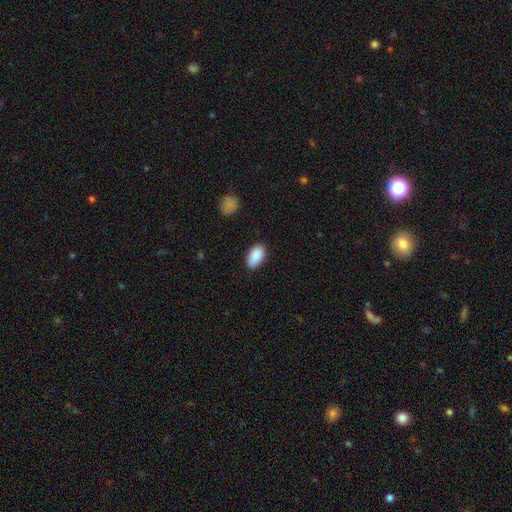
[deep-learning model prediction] Q: Smooth or featured?
A: smooth (90%); runner-up: star or artifact (6%)
Q: How rounded?
A: in between (94%); runner-up: round (4%)
Q: Merging?
A: none (84%); runner-up: minor disturbance (13%)